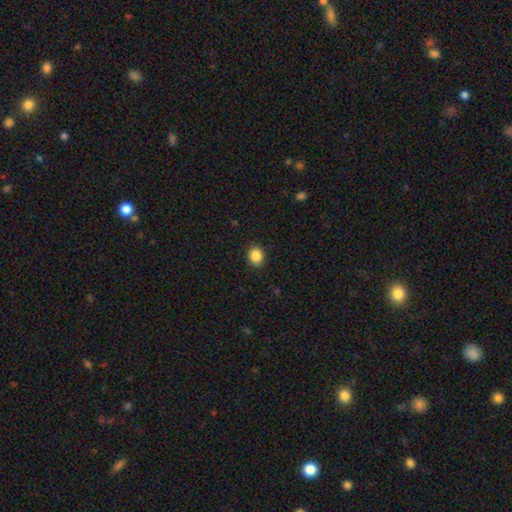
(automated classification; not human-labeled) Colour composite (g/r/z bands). It shows a smooth galaxy with no disk features (88%) that is round (59%). Merging: none (89%).